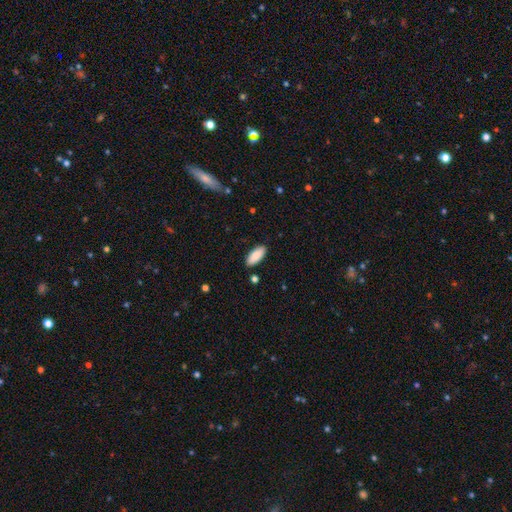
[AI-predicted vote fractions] A smooth galaxy with no disk features (89%) that is in between round and cigar-shaped (83%).

Vote fractions:
- Smooth or featured? smooth: 89% / star or artifact: 6% / featured or disk: 5%
- How rounded? in between: 83% / cigar-shaped: 15% / round: 2%
- Merging? none: 88% / minor disturbance: 9% / major disturbance: 2% / merger: 2%